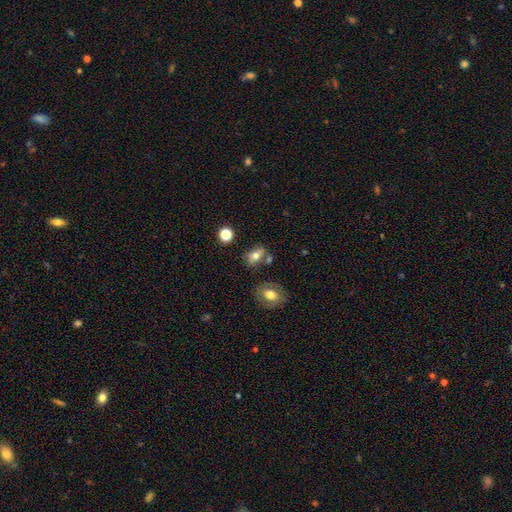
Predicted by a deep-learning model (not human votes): Overall: smooth (64%; featured or disk 25%). How rounded: in between (72%). Merging: none (63%).